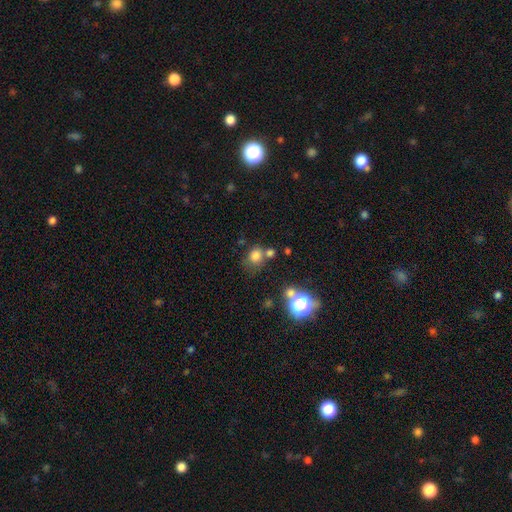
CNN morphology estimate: smooth-or-featured: smooth: 76% | star or artifact: 16% | featured or disk: 8%
  how-rounded: round: 71% | in between: 28% | cigar-shaped: 1%
  merging: none: 58% | merger: 20% | minor disturbance: 15% | major disturbance: 7%